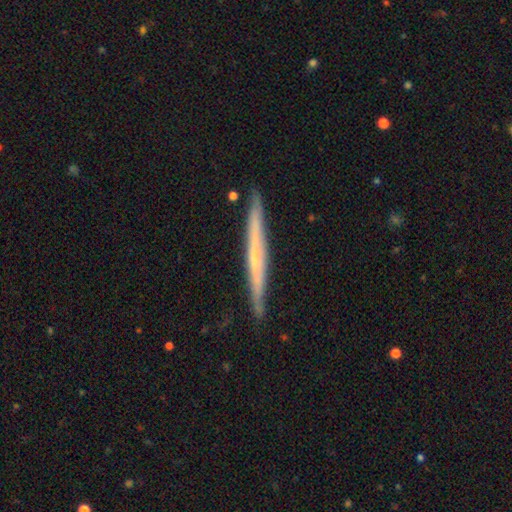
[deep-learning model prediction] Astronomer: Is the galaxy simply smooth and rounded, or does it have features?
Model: featured or disk — 59% (runner-up: smooth, 35%).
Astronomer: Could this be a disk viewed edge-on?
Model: yes — 96%.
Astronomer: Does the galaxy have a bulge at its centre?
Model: none — 74%.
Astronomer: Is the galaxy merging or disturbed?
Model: none — 90%.